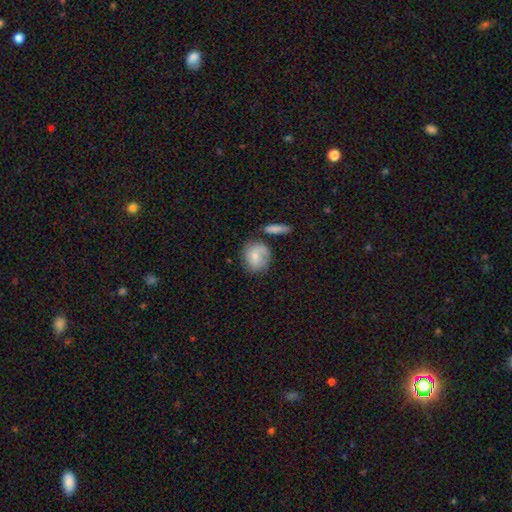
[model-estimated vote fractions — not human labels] smooth_or_featured: smooth (p=0.60) [alt: featured or disk p=0.33]
how_rounded: round (p=0.73) [alt: in between p=0.25]
merging: none (p=0.61) [alt: minor disturbance p=0.20]